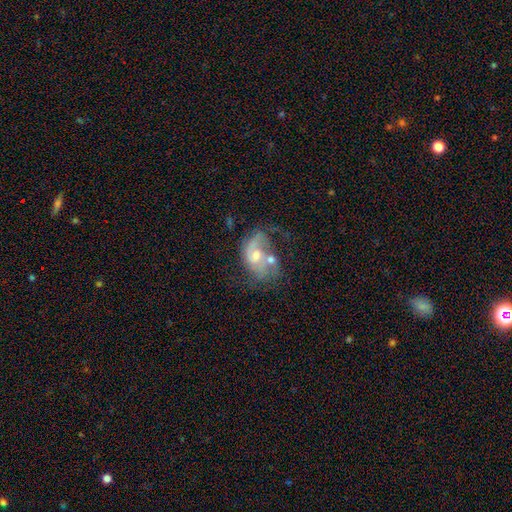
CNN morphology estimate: Smooth or featured?
  - featured or disk: 68% *
  - smooth: 23%
  - star or artifact: 9%
Edge-on disk?
  - no: 97% *
  - yes: 3%
Bar?
  - no: 66% *
  - weak: 29%
  - strong: 5%
Spiral arms?
  - yes: 74% *
  - no: 26%
Bulge size?
  - moderate: 56% *
  - small: 33%
  - large: 5%
  - none: 5%
  - dominant: 1%
Merging?
  - merger: 31% *
  - none: 27%
  - major disturbance: 25%
  - minor disturbance: 17%